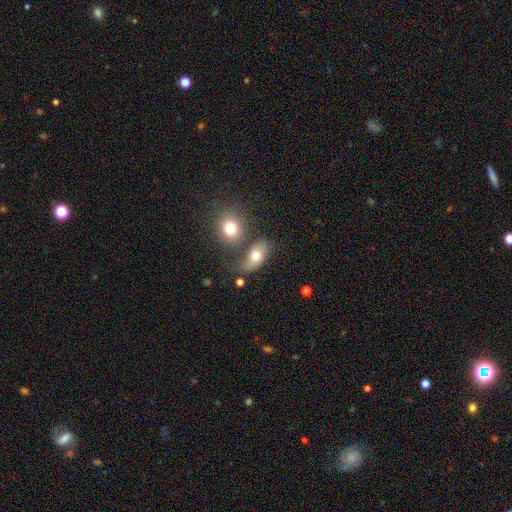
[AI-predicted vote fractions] A smooth galaxy with no disk features (73%) that is in between round and cigar-shaped (79%).

Vote fractions:
- Smooth or featured? smooth: 73% / featured or disk: 17% / star or artifact: 10%
- How rounded? in between: 79% / round: 17% / cigar-shaped: 4%
- Merging? none: 56% / merger: 21% / minor disturbance: 16% / major disturbance: 7%